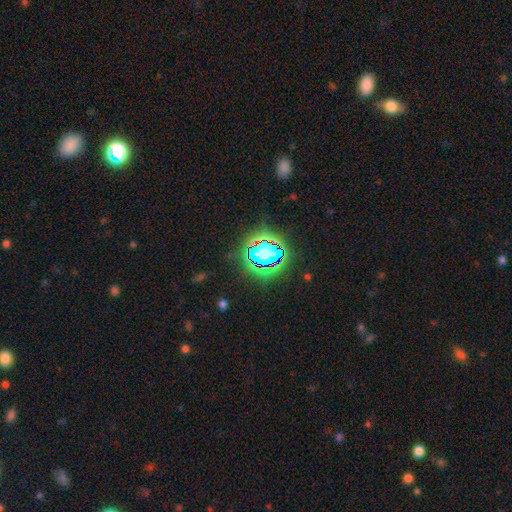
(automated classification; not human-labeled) A star or artifact, not a galaxy (79%).